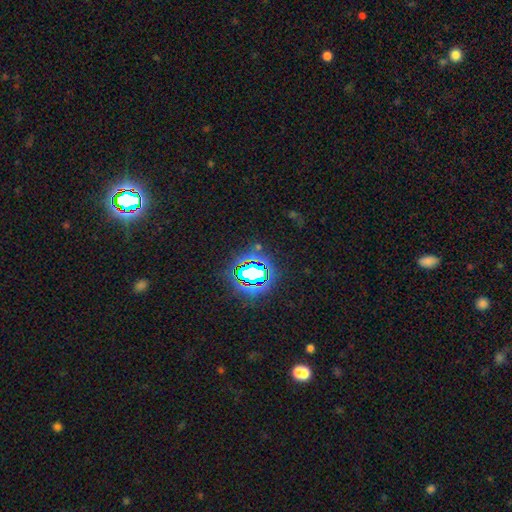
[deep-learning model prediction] Smooth or featured?
  - star or artifact: 80% *
  - smooth: 13%
  - featured or disk: 7%